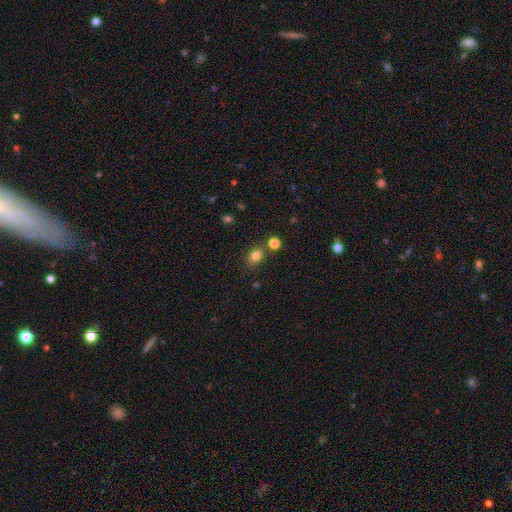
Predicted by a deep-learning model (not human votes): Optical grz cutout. It shows a smooth galaxy with no disk features (80%) that is round (52%). Merging: none (72%).